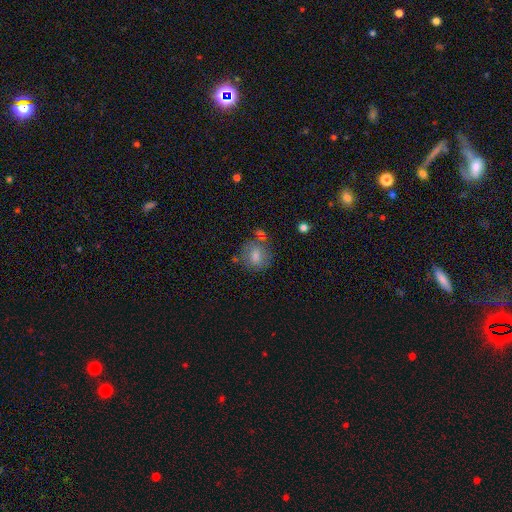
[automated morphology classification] smooth 66%, featured or disk 20%, star or artifact 14%. Down the decision tree: how rounded — round (78%); merging — none (64%).